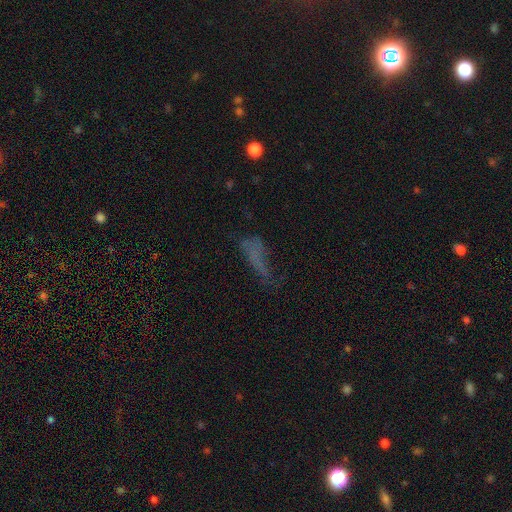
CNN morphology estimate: A smooth galaxy with no disk features (47%).

Vote fractions:
- Smooth or featured? smooth: 47% / featured or disk: 30% / star or artifact: 24%
- Merging? none: 37% / major disturbance: 35% / minor disturbance: 22% / merger: 6%